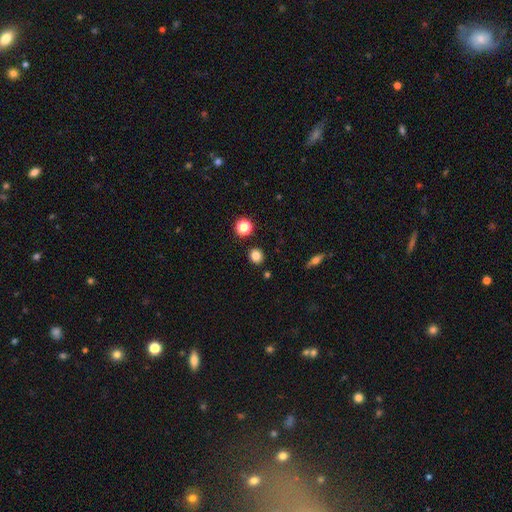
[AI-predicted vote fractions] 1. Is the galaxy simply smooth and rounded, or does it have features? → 82% smooth, 12% star or artifact, 6% featured or disk.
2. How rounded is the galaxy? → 82% round, 17% in between, 1% cigar-shaped.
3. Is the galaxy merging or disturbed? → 89% none, 7% minor disturbance, 3% merger, 2% major disturbance.